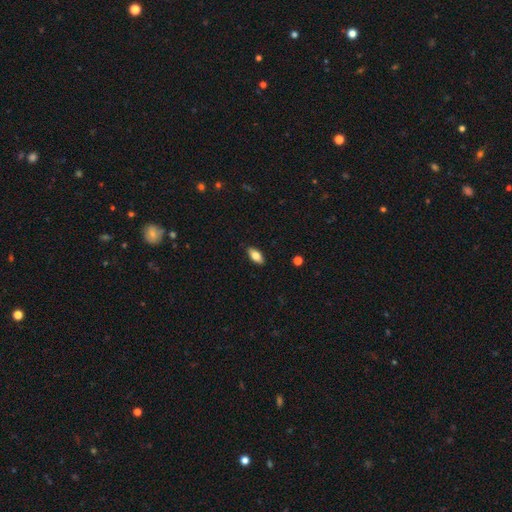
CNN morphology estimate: Smooth or featured? Predicted: smooth (p=0.77). How rounded? Predicted: in between (p=0.88). Merging? Predicted: none (p=0.89).